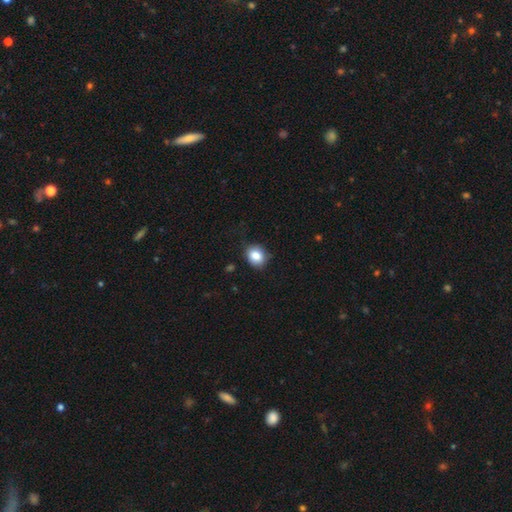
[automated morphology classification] smooth_or_featured: smooth (p=0.84) [alt: star or artifact p=0.09]
how_rounded: round (p=0.67) [alt: in between p=0.32]
merging: none (p=0.78) [alt: minor disturbance p=0.17]